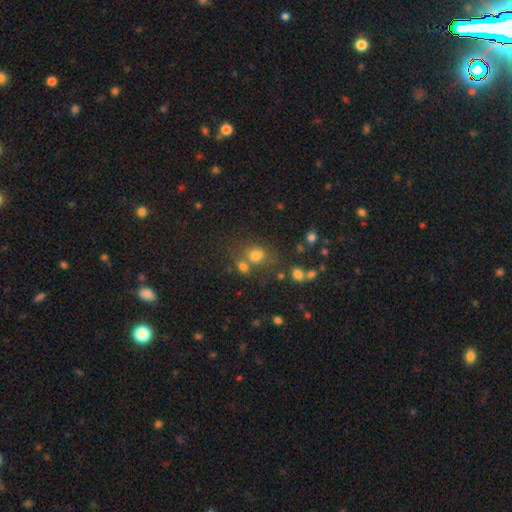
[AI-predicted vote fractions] Q: Smooth or featured?
A: smooth (70%); runner-up: star or artifact (20%)
Q: How rounded?
A: in between (49%); tied with: round (49%)
Q: Merging?
A: none (46%); runner-up: merger (34%)